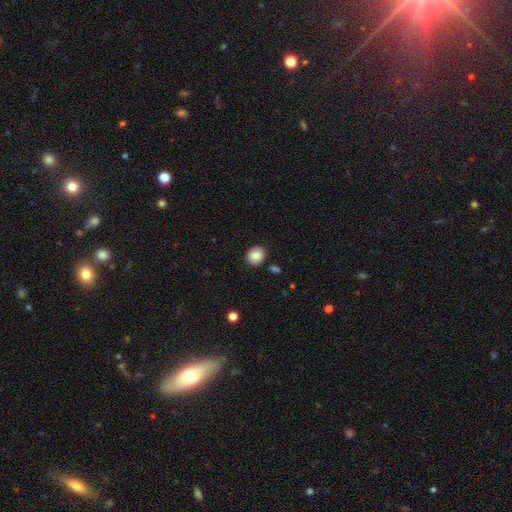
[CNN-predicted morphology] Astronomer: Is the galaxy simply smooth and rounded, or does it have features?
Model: smooth — 87%.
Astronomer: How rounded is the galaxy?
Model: round — 74%.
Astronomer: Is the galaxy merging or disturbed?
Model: none — 86%.